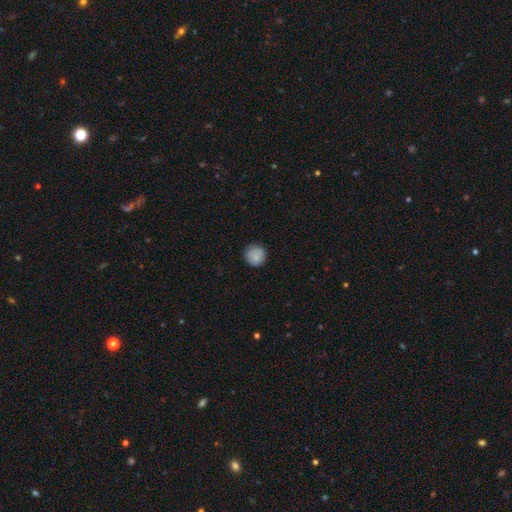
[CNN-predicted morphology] This appears to be a smooth galaxy with no disk features (81%) that is round (93%). Merging: none (83%).